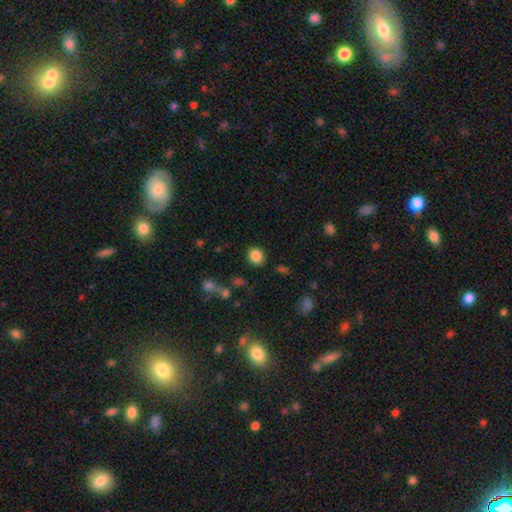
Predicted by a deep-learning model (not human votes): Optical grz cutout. It shows a smooth galaxy with no disk features (85%) that is round (69%). Merging: none (86%).